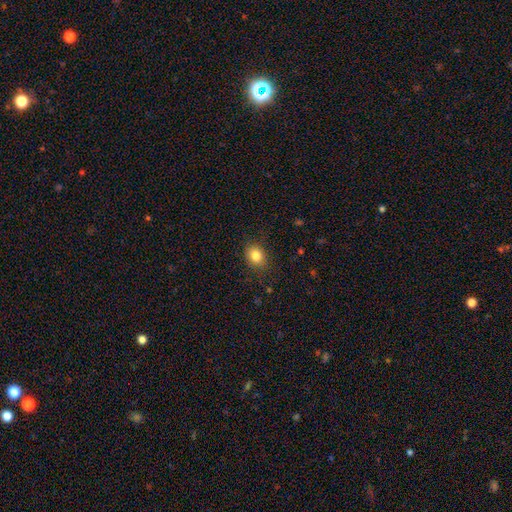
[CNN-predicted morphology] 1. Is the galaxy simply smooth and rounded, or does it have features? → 83% smooth, 10% star or artifact, 7% featured or disk.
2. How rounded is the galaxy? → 55% in between, 44% round, 1% cigar-shaped.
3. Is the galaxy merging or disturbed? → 86% none, 10% minor disturbance, 3% major disturbance, 1% merger.